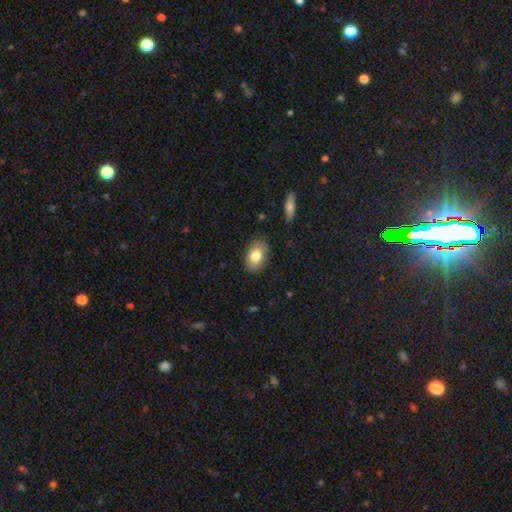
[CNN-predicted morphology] A smooth galaxy with no disk features (79%) that is in between round and cigar-shaped (85%).

Vote fractions:
- Smooth or featured? smooth: 79% / featured or disk: 13% / star or artifact: 7%
- How rounded? in between: 85% / round: 13% / cigar-shaped: 1%
- Merging? none: 85% / minor disturbance: 11% / major disturbance: 3% / merger: 1%